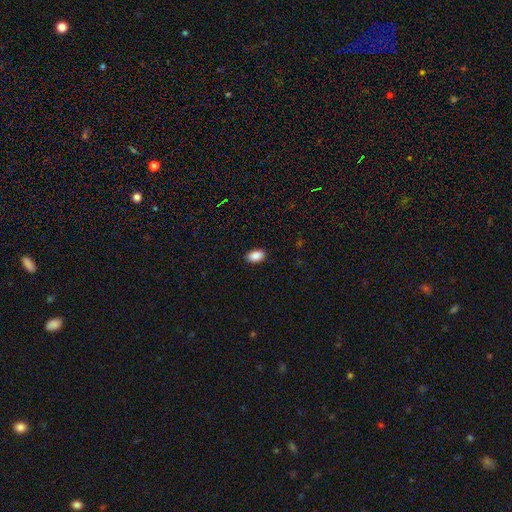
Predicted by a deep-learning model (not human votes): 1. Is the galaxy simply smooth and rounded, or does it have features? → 89% smooth, 8% star or artifact, 3% featured or disk.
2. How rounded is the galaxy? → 92% in between, 7% round, 1% cigar-shaped.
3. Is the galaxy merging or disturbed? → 89% none, 8% minor disturbance, 2% major disturbance, 1% merger.